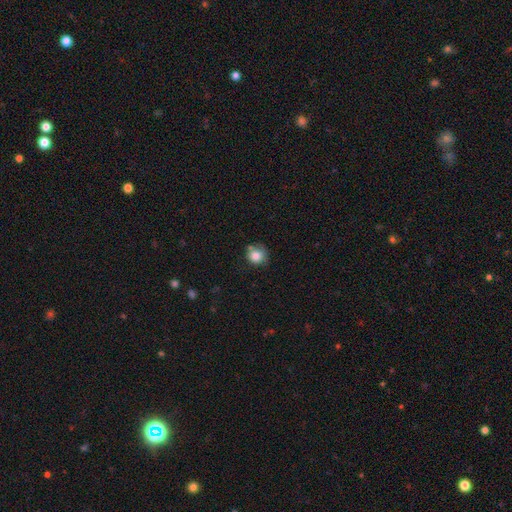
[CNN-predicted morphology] smooth 81%, star or artifact 10%, featured or disk 8%. Down the decision tree: how rounded — round (86%); merging — none (62%).